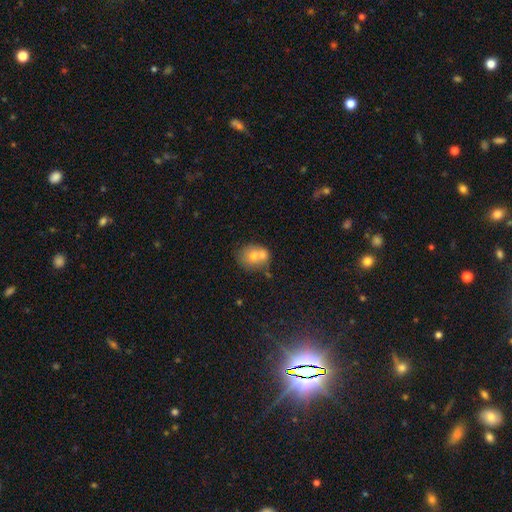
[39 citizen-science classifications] Smooth or featured? 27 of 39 (69%) said smooth. How rounded? 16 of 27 (59%) said in between. Merging? 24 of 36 (67%) said merger.